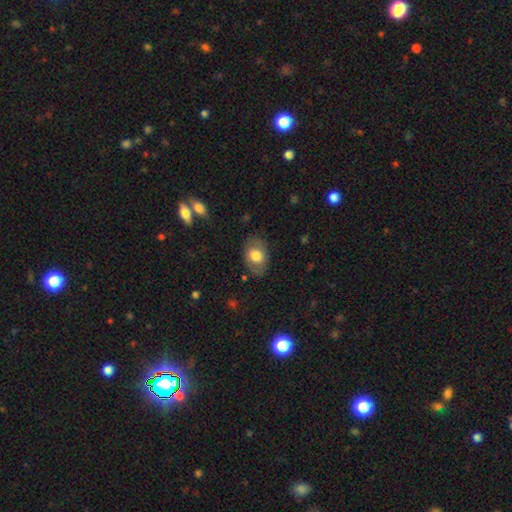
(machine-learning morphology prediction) Overall: smooth (69%). How rounded: in between (79%). Merging: none (78%).